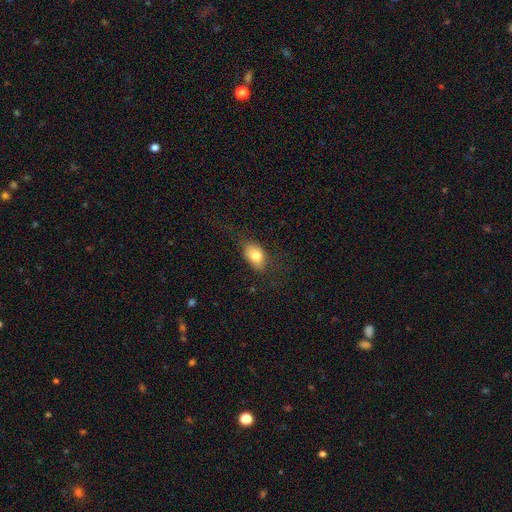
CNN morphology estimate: Smooth or featured? Predicted: smooth (p=0.77). How rounded? Predicted: in between (p=0.86). Merging? Predicted: none (p=0.67).